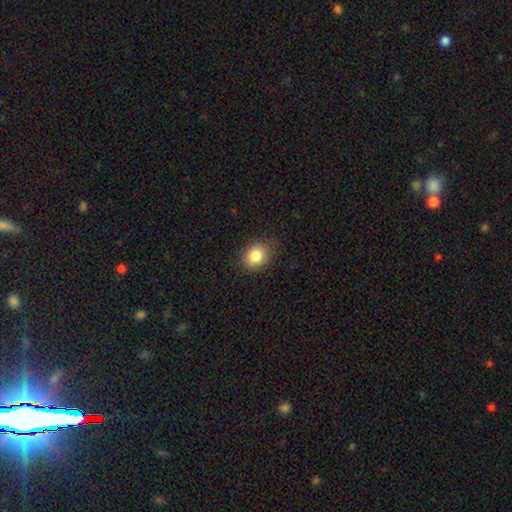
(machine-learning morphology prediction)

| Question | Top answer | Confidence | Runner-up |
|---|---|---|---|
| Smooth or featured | smooth | 83% | star or artifact (10%) |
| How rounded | round | 56% | in between (43%) |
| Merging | none | 84% | minor disturbance (12%) |